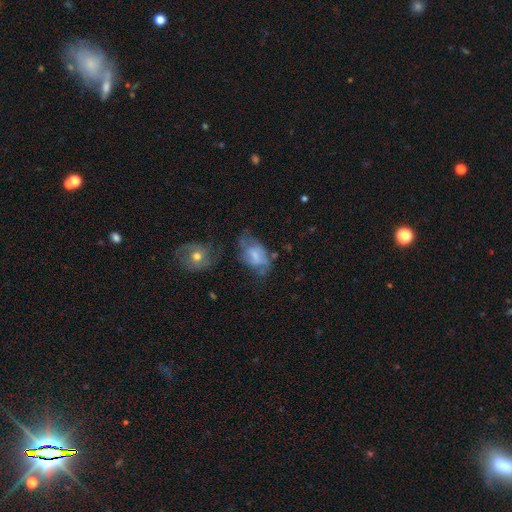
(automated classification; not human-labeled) Smooth or featured?
  - smooth: 56% *
  - featured or disk: 34%
  - star or artifact: 10%
How rounded?
  - in between: 86% *
  - round: 12%
  - cigar-shaped: 2%
Merging?
  - none: 35% *
  - minor disturbance: 31%
  - major disturbance: 25%
  - merger: 9%